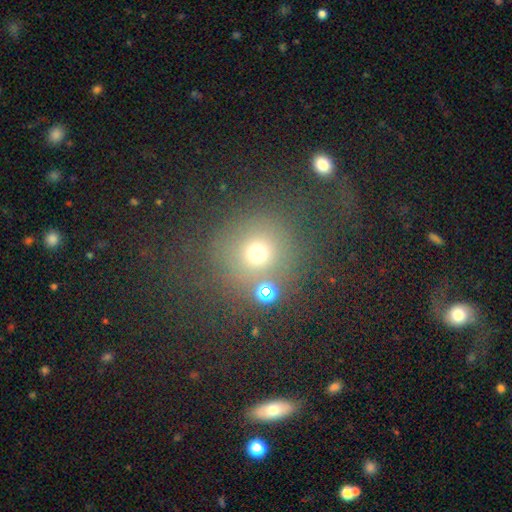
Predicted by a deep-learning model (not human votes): This is possibly a smooth galaxy (48%). Merging: likely none (78%).